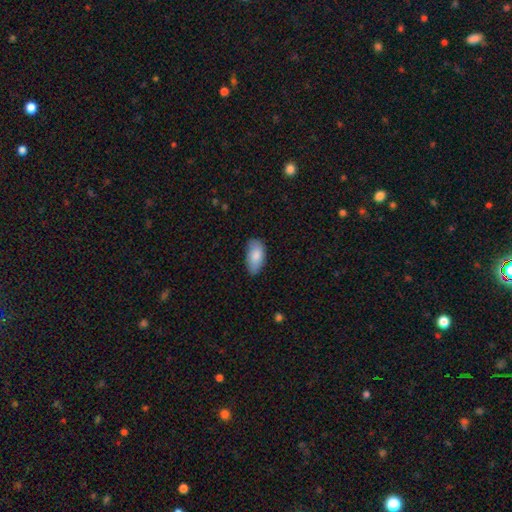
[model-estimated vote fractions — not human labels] smooth-or-featured: smooth: 84% | featured or disk: 10% | star or artifact: 6%
  how-rounded: in between: 94% | cigar-shaped: 3% | round: 3%
  merging: none: 75% | minor disturbance: 20% | major disturbance: 3% | merger: 1%